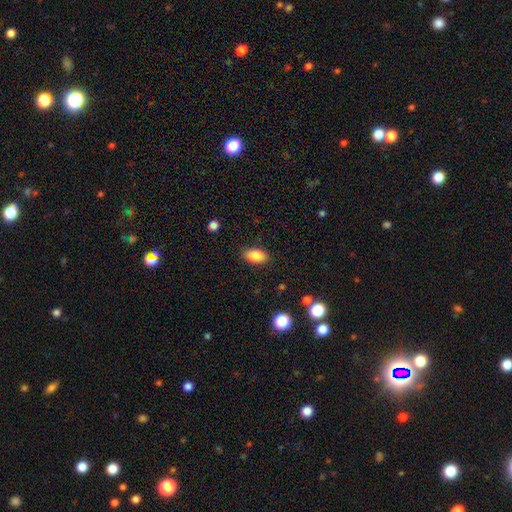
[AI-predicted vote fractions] smooth 86%, star or artifact 8%, featured or disk 5%. Down the decision tree: how rounded — in between (91%); merging — none (86%).